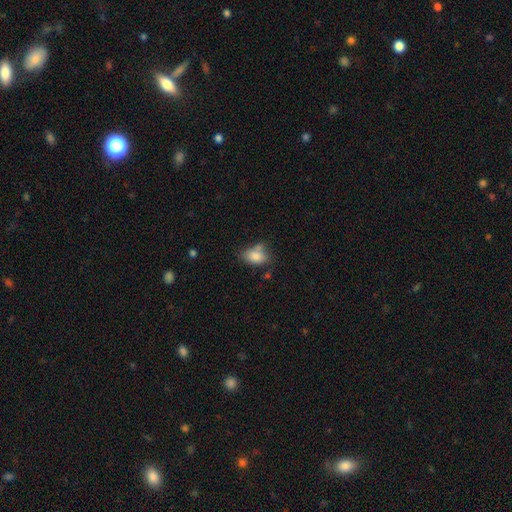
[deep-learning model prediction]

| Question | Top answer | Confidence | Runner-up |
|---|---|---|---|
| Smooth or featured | smooth | 82% | featured or disk (9%) |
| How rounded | in between | 82% | round (17%) |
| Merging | none | 53% | minor disturbance (25%) |